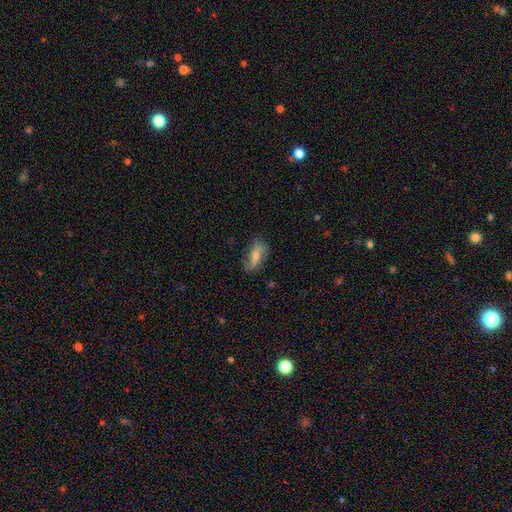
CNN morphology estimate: This appears to be a featured or disk galaxy (65%) with no bar (39%, tied with weak), 2 (85%) loose (63%) spiral arms (89%) and a moderate central bulge (50%). Merging: none (73%).